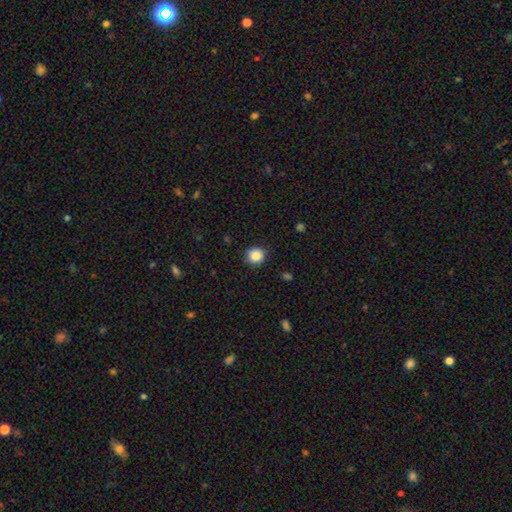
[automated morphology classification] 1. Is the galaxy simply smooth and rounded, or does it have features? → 87% smooth, 10% star or artifact, 3% featured or disk.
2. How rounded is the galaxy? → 90% round, 9% in between, 1% cigar-shaped.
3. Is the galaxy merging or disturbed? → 88% none, 9% minor disturbance, 2% major disturbance, 1% merger.